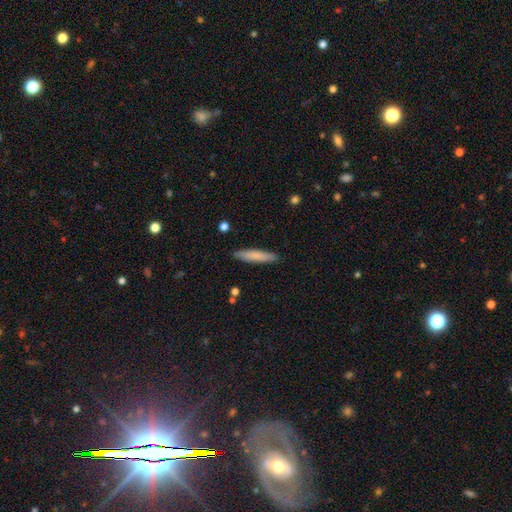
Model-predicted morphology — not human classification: Smooth or featured?
  - smooth: 78% *
  - featured or disk: 16%
  - star or artifact: 6%
How rounded?
  - cigar-shaped: 88% *
  - in between: 11%
  - round: 1%
Merging?
  - none: 89% *
  - minor disturbance: 8%
  - major disturbance: 2%
  - merger: 1%